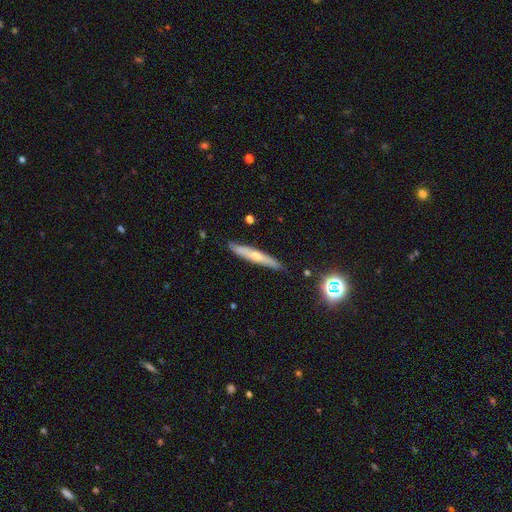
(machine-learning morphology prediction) featured or disk 53%, smooth 39%, star or artifact 8%. Down the decision tree: edge-on disk — yes (89%); merging — none (86%).